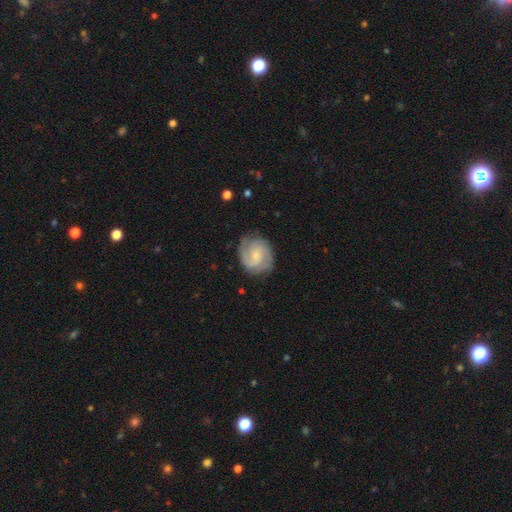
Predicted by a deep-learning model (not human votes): Smooth or featured? Predicted: featured or disk (p=0.80). Edge-on disk? Predicted: no (p=0.98). Bar? Predicted: no (p=0.54). Spiral arms? Predicted: yes (p=0.97). Spiral winding? Predicted: tight (p=0.46). Spiral arm count? Predicted: 2 (p=0.72). Bulge size? Predicted: small (p=0.58). Merging? Predicted: none (p=0.79).